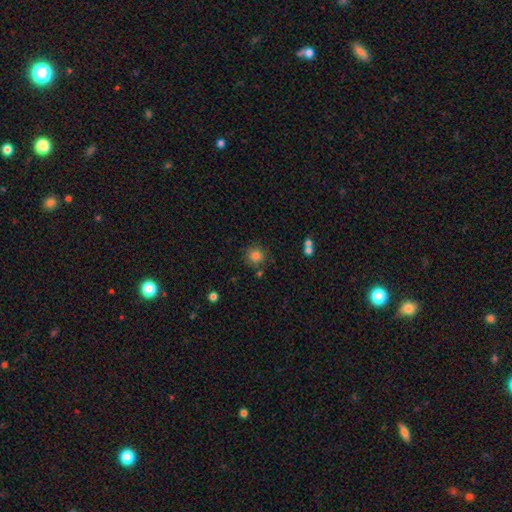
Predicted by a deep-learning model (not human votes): Smooth or featured?
  - smooth: 83% *
  - star or artifact: 11%
  - featured or disk: 6%
How rounded?
  - round: 92% *
  - in between: 7%
  - cigar-shaped: 1%
Merging?
  - none: 79% *
  - minor disturbance: 11%
  - merger: 7%
  - major disturbance: 4%